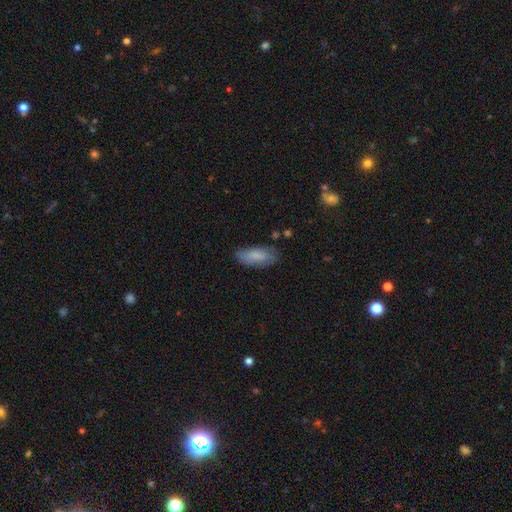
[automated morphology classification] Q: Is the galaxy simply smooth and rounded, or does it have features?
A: smooth — 82%.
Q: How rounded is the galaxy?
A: in between — 80%.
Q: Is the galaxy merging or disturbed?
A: none — 73%.